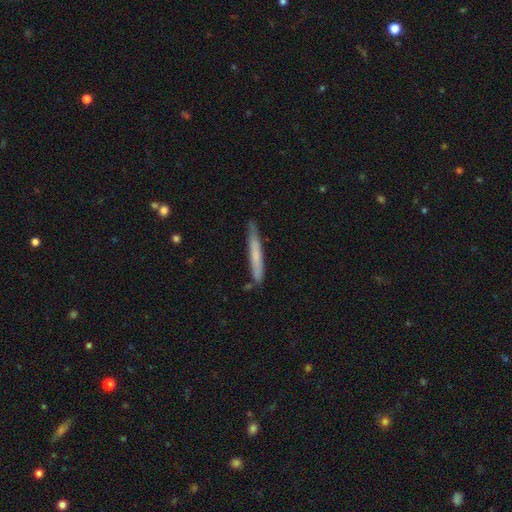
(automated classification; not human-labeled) This is likely a smooth galaxy (61%). How rounded: clearly cigar-shaped (96%). Merging: likely none (80%).